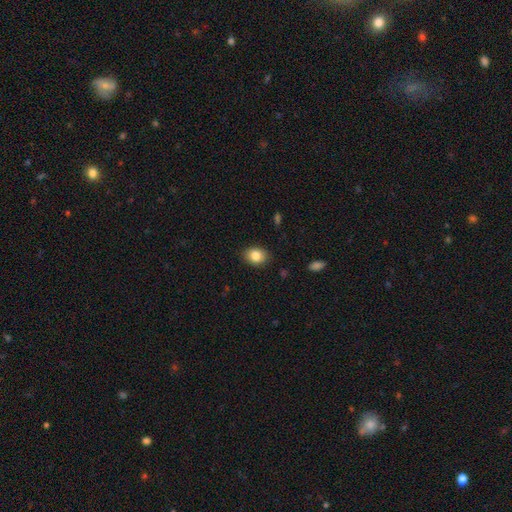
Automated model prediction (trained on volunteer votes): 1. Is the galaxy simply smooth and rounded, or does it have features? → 84% smooth, 9% star or artifact, 7% featured or disk.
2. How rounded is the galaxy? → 61% in between, 38% round, 1% cigar-shaped.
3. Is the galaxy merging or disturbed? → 87% none, 10% minor disturbance, 2% major disturbance, 1% merger.